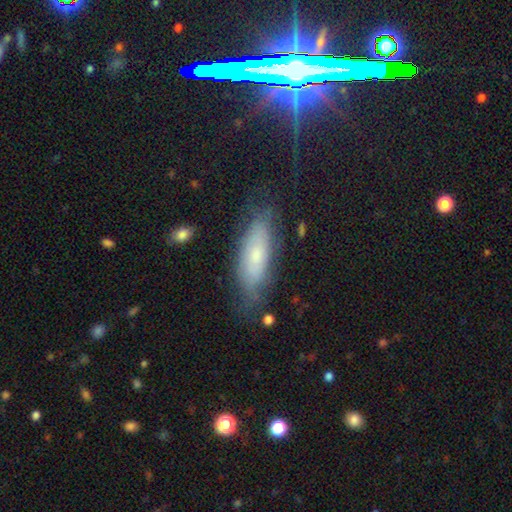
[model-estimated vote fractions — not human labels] Smooth or featured? Predicted: smooth (p=0.51). How rounded? Predicted: in between (p=0.58). Merging? Predicted: none (p=0.72).